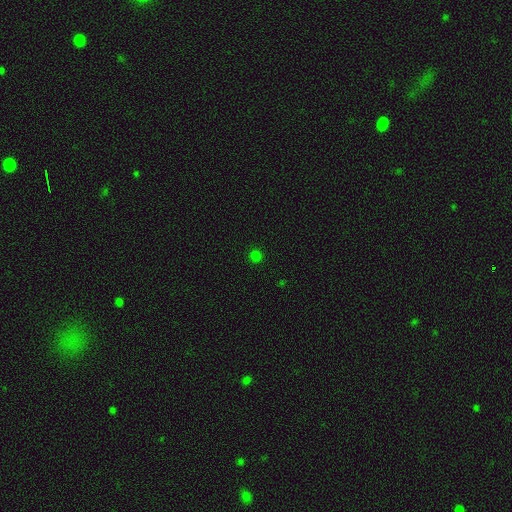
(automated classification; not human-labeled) Q: Smooth or featured?
A: smooth (74%); runner-up: star or artifact (22%)
Q: How rounded?
A: round (93%); runner-up: in between (6%)
Q: Merging?
A: none (92%); runner-up: minor disturbance (5%)